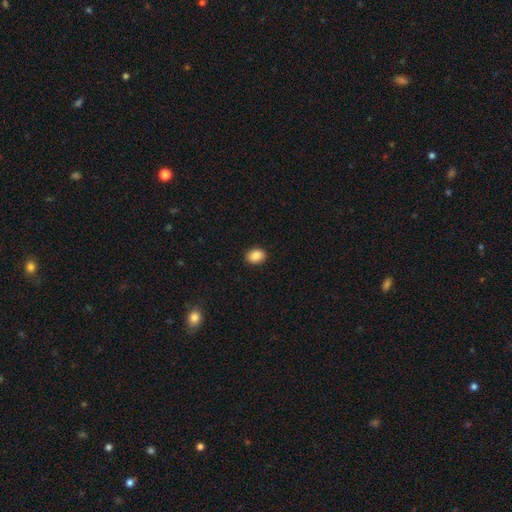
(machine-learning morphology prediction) A smooth galaxy with no disk features (88%) that is in between round and cigar-shaped (69%). Merging: none (90%).